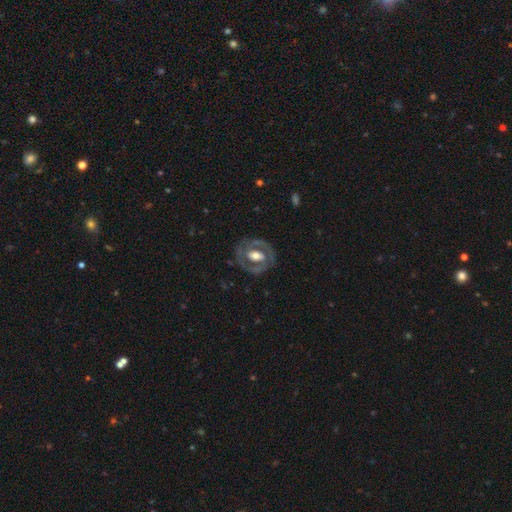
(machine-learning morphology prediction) smooth-or-featured: featured or disk: 66% | smooth: 29% | star or artifact: 5%
  disk-edge-on: no: 95% | yes: 5%
    bar: no: 56% | weak: 28% | strong: 16%
    has-spiral-arms: no: 66% | yes: 34%
    bulge-size: moderate: 54% | large: 33% | small: 9% | dominant: 2% | none: 2%
  merging: none: 76% | minor disturbance: 15% | major disturbance: 8% | merger: 2%